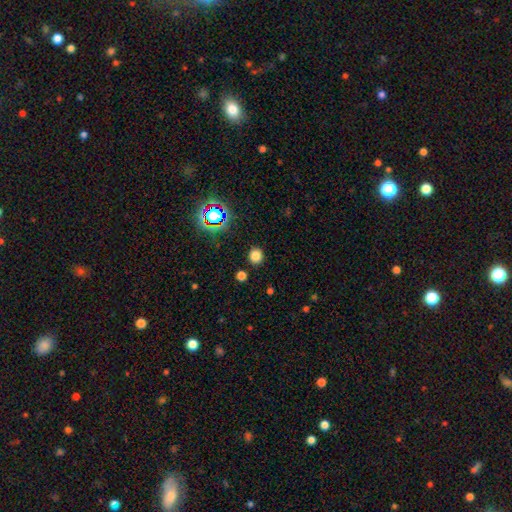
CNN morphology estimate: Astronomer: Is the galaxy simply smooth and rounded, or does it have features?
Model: smooth — 78%.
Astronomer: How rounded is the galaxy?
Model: round — 82%.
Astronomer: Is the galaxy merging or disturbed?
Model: none — 89%.